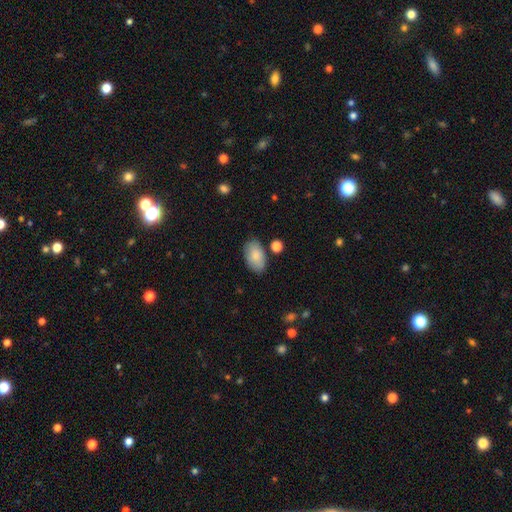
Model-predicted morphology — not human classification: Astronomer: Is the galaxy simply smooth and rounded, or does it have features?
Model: smooth — 84%.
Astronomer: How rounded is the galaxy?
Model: in between — 94%.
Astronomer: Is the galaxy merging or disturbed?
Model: none — 79%.